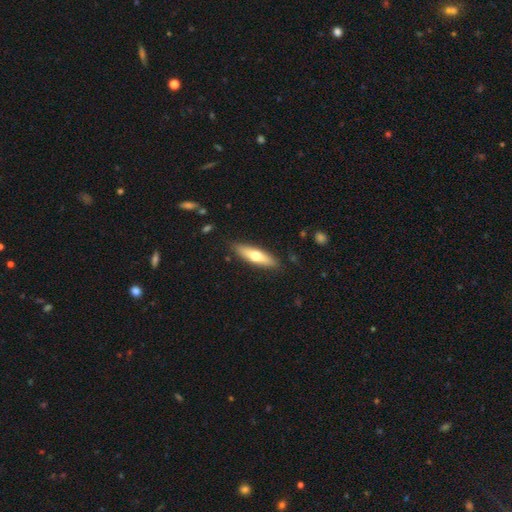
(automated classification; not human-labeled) Q: Smooth or featured?
A: smooth (59%); runner-up: featured or disk (35%)
Q: How rounded?
A: cigar-shaped (63%); runner-up: in between (35%)
Q: Merging?
A: none (87%); runner-up: minor disturbance (10%)